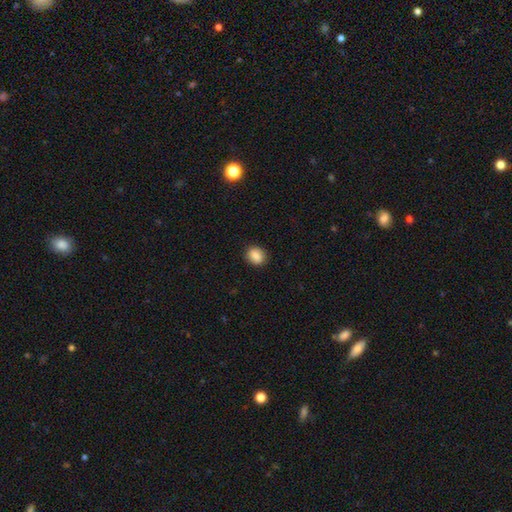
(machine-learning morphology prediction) smooth_or_featured: smooth (p=0.86) [alt: star or artifact p=0.09]
how_rounded: round (p=0.61) [alt: in between p=0.38]
merging: none (p=0.87) [alt: minor disturbance p=0.10]